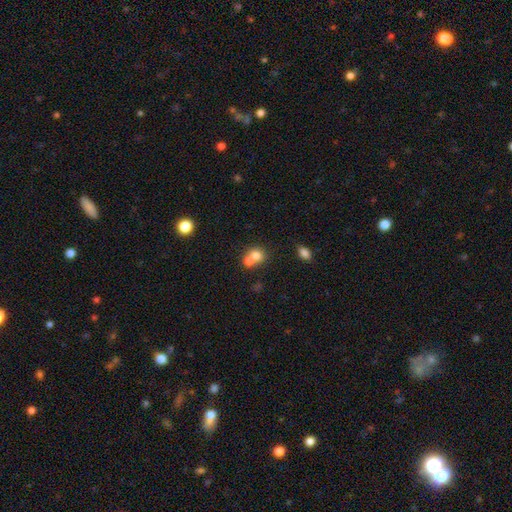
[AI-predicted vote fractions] A smooth galaxy with no disk features (73%) that is round (78%). Merging: merger (57%).